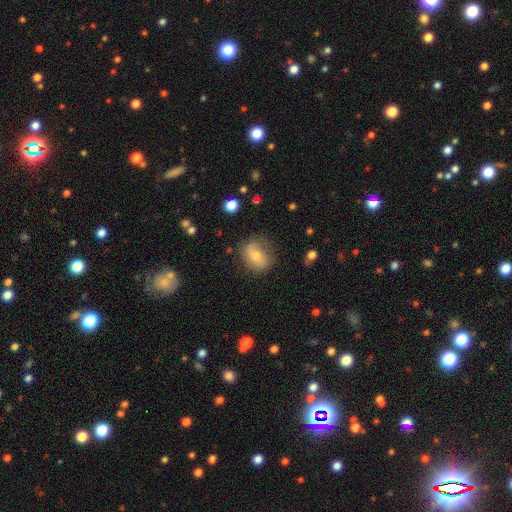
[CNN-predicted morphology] smooth 58%, featured or disk 31%, star or artifact 11%. Down the decision tree: how rounded — round (51%); merging — none (67%).